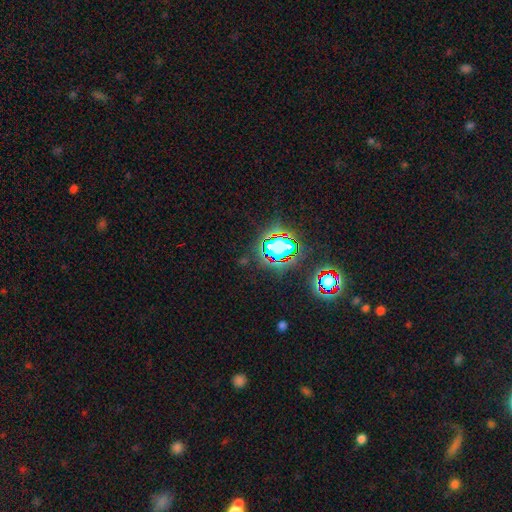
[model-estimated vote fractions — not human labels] A star or artifact, not a galaxy (79%).

Vote fractions:
- Smooth or featured? star or artifact: 79% / smooth: 12% / featured or disk: 8%